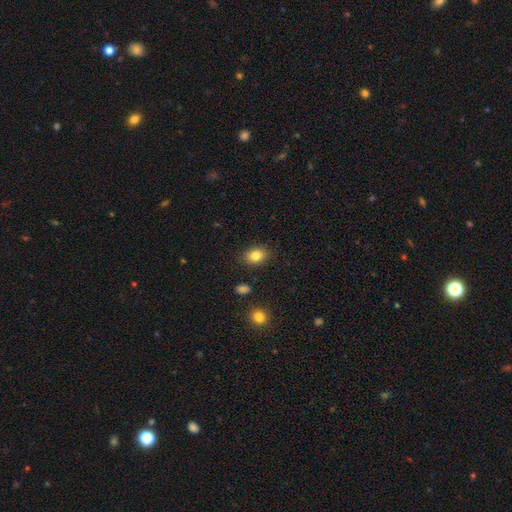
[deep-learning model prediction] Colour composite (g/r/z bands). It shows a smooth galaxy with no disk features (83%) that is in between round and cigar-shaped (65%). Merging: none (87%).